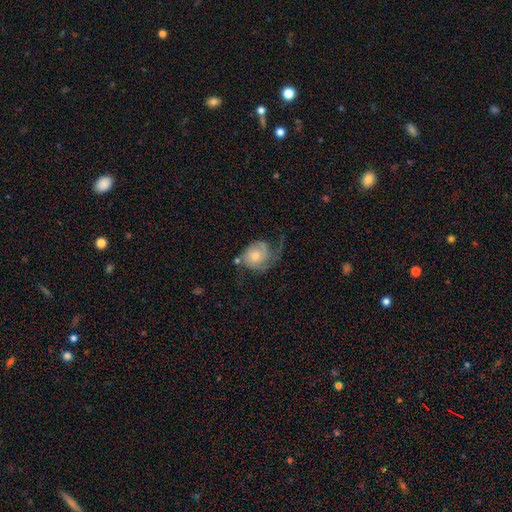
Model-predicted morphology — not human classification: The model was most divided on "merging": none: 36%, major disturbance: 35%, minor disturbance: 23%, merger: 6%. Remaining: edge-on disk — no (97%); spiral arms — yes (87%); bar — no (79%); smooth or featured — featured or disk (62%); bulge size — moderate (50%); spiral arm count — 1 (45%); spiral winding — loose (40%).